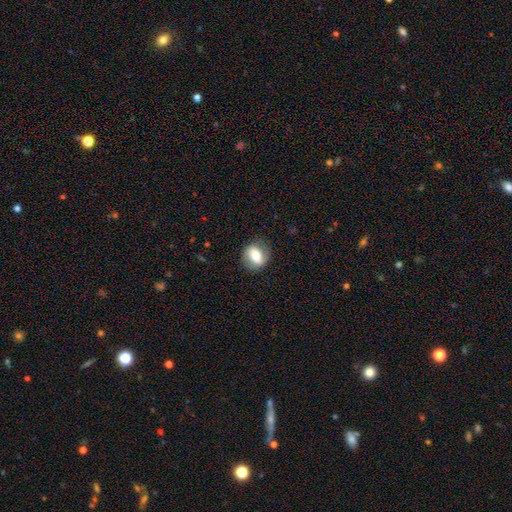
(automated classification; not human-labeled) smooth_or_featured: smooth (p=0.51) [alt: featured or disk p=0.42]
how_rounded: round (p=0.58) [alt: in between p=0.40]
merging: none (p=0.83) [alt: minor disturbance p=0.12]